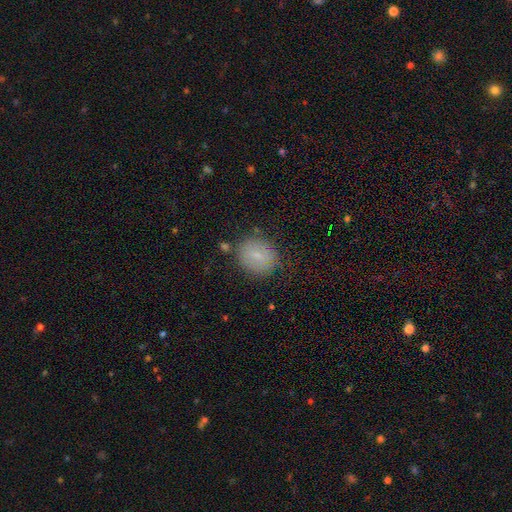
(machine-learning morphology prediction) A smooth galaxy with no disk features (73%) that is round (76%).

Vote fractions:
- Smooth or featured? smooth: 73% / featured or disk: 17% / star or artifact: 10%
- How rounded? round: 76% / in between: 23% / cigar-shaped: 1%
- Merging? none: 78% / minor disturbance: 15% / major disturbance: 4% / merger: 3%